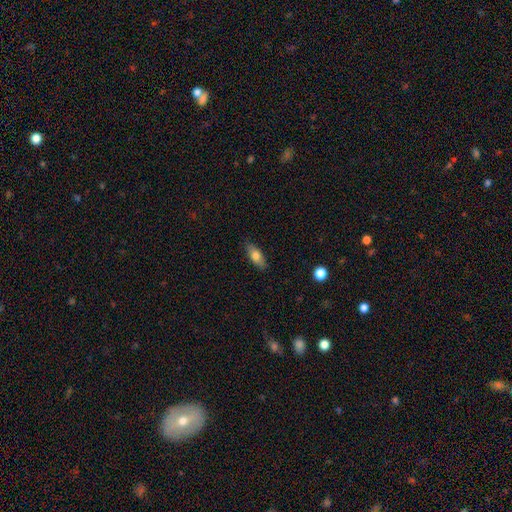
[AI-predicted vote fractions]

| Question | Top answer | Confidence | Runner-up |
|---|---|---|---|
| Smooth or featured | smooth | 72% | featured or disk (21%) |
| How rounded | in between | 75% | cigar-shaped (22%) |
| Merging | none | 86% | minor disturbance (11%) |